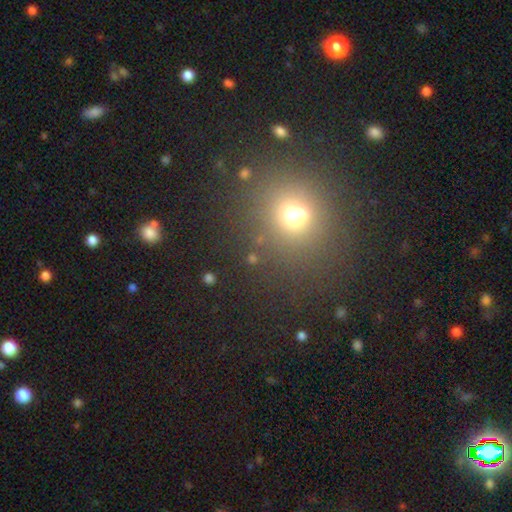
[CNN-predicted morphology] A smooth galaxy with no disk features (59%) that is round (82%). Merging: none (70%).